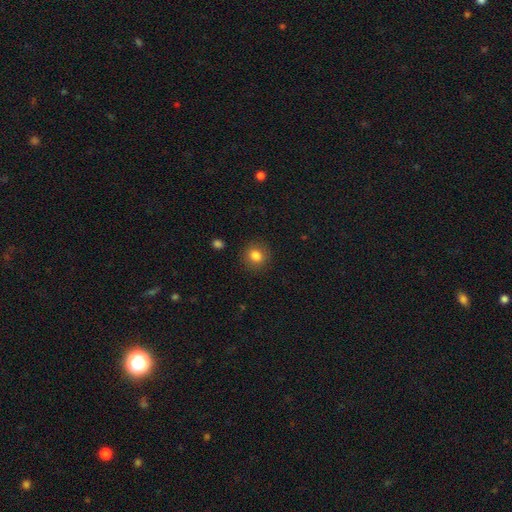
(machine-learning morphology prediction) The model was most divided on "how rounded": round: 81%, in between: 18%, cigar-shaped: 1%. More confident: merging — none (88%); smooth or featured — smooth (83%).